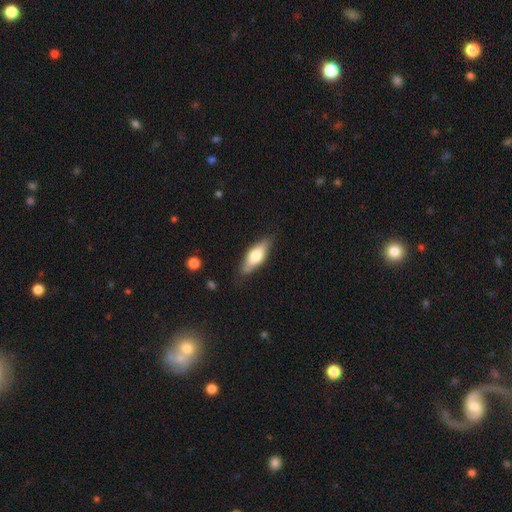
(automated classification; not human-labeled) smooth_or_featured: smooth (p=0.63) [alt: featured or disk p=0.31]
how_rounded: in between (p=0.67) [alt: cigar-shaped p=0.30]
merging: none (p=0.79) [alt: minor disturbance p=0.16]